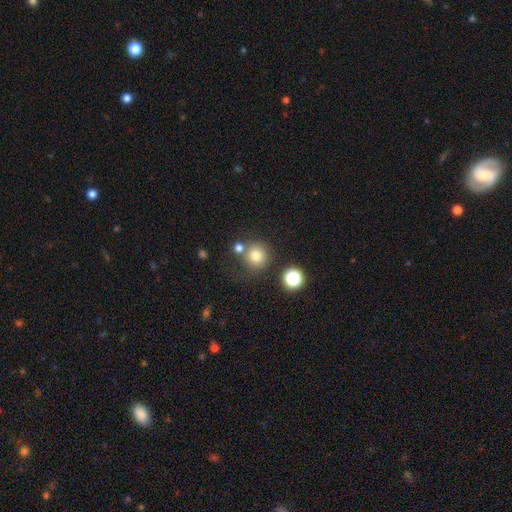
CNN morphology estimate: Smooth or featured? smooth (79%)
How rounded? round (92%)
Merging? none (69%)